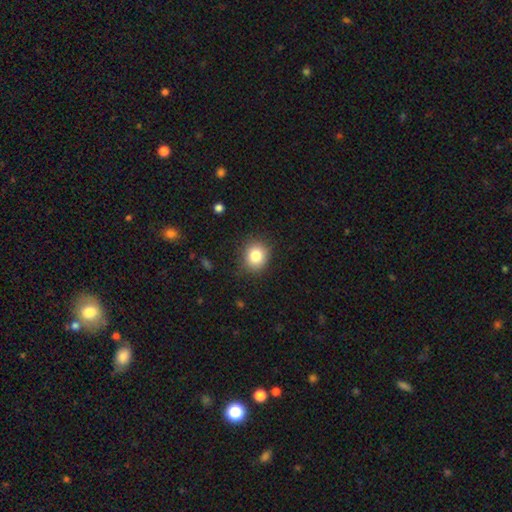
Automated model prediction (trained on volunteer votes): Q: Smooth or featured?
A: smooth (82%); runner-up: star or artifact (11%)
Q: How rounded?
A: round (76%); runner-up: in between (23%)
Q: Merging?
A: none (84%); runner-up: minor disturbance (12%)